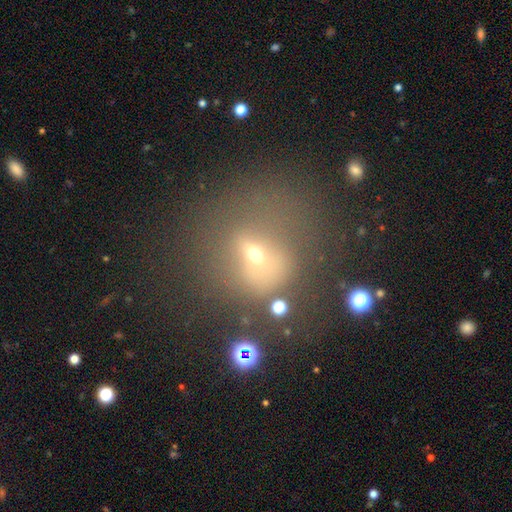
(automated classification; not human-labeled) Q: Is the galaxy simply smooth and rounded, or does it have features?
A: smooth — 49%.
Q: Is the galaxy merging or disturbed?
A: none — 52%.